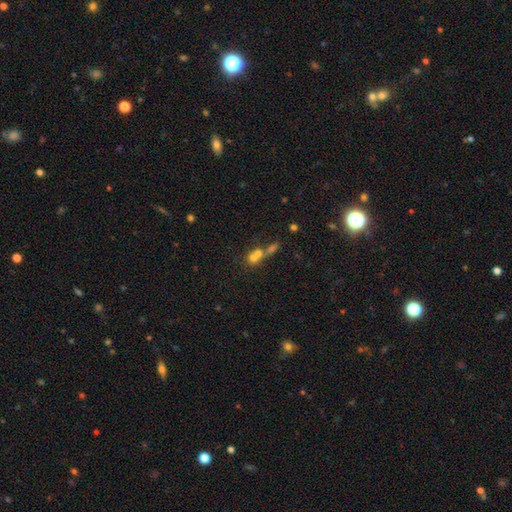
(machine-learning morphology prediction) smooth-or-featured: smooth: 62% | featured or disk: 23% | star or artifact: 15%
  how-rounded: round: 71% | in between: 25% | cigar-shaped: 5%
  merging: merger: 62% | none: 27% | minor disturbance: 6% | major disturbance: 5%